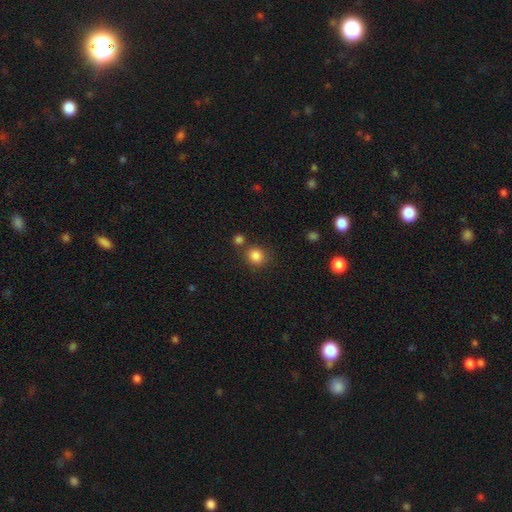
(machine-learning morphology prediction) Q: Smooth or featured?
A: smooth (84%); runner-up: star or artifact (11%)
Q: How rounded?
A: round (78%); runner-up: in between (21%)
Q: Merging?
A: none (71%); runner-up: merger (15%)